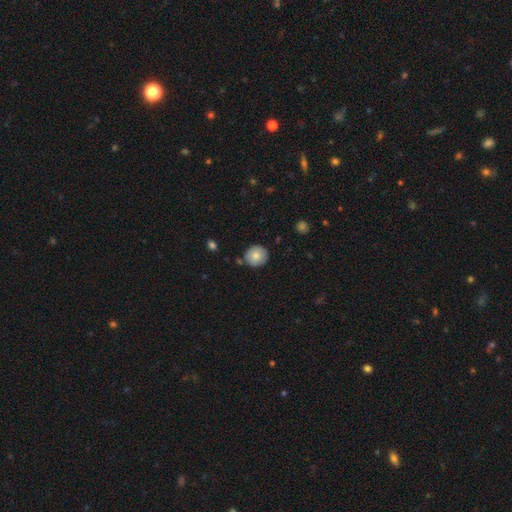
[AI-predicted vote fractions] Smooth or featured? smooth (81%)
How rounded? round (91%)
Merging? none (83%)